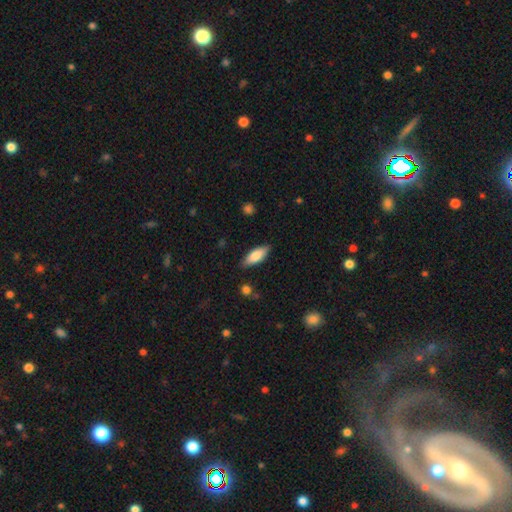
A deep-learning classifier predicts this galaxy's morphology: This appears to be a smooth galaxy with no disk features (79%) that is in between round and cigar-shaped (71%). Merging: none (85%).